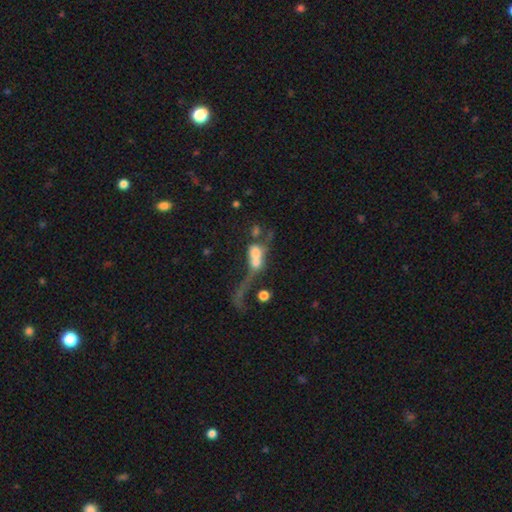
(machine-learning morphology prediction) smooth_or_featured: smooth (p=0.53) [alt: featured or disk p=0.34]
how_rounded: in between (p=0.52) [alt: round p=0.39]
merging: merger (p=0.66) [alt: major disturbance p=0.19]